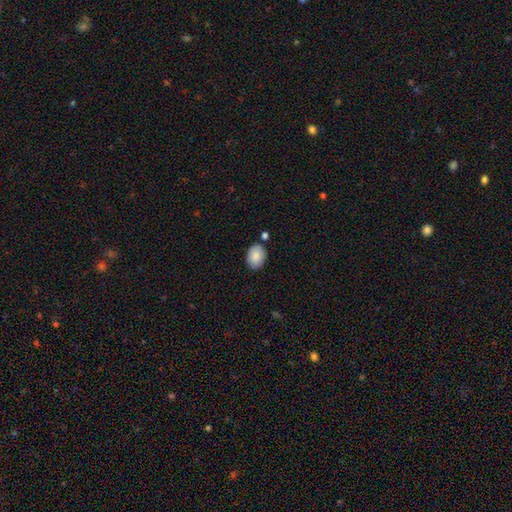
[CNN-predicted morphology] smooth 87%, star or artifact 7%, featured or disk 6%. Down the decision tree: how rounded — in between (74%); merging — none (80%).